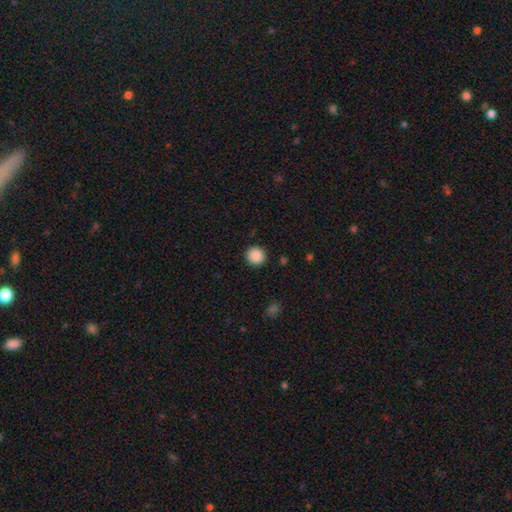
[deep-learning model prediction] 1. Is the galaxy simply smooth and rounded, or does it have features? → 88% smooth, 9% star or artifact, 3% featured or disk.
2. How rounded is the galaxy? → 95% round, 4% in between, 1% cigar-shaped.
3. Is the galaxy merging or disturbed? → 92% none, 5% minor disturbance, 2% major disturbance, 1% merger.